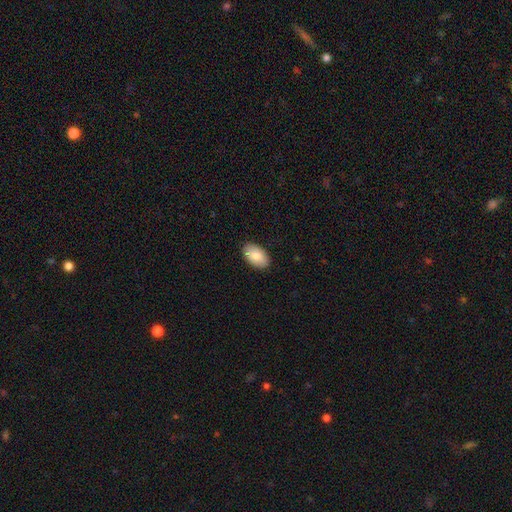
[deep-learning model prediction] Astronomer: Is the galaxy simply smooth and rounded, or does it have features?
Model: smooth — 85%.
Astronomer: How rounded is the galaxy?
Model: in between — 94%.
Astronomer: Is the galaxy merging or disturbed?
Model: none — 87%.